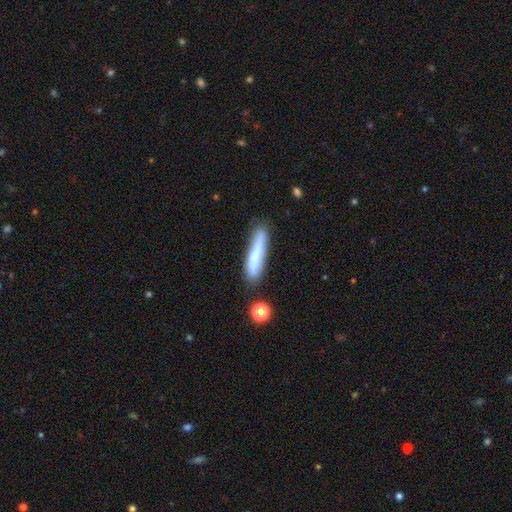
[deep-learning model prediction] Q: Smooth or featured?
A: smooth (73%); runner-up: featured or disk (19%)
Q: How rounded?
A: cigar-shaped (88%); runner-up: in between (10%)
Q: Merging?
A: none (75%); runner-up: minor disturbance (16%)